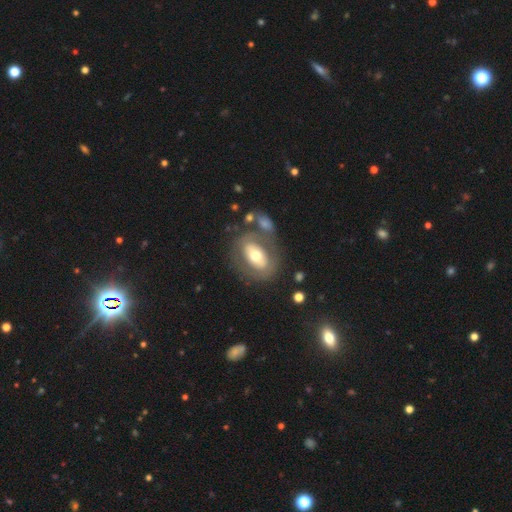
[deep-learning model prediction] Smooth or featured?
  - featured or disk: 51% *
  - smooth: 42%
  - star or artifact: 6%
Edge-on disk?
  - no: 90% *
  - yes: 10%
Merging?
  - none: 63% *
  - minor disturbance: 15%
  - merger: 12%
  - major disturbance: 11%